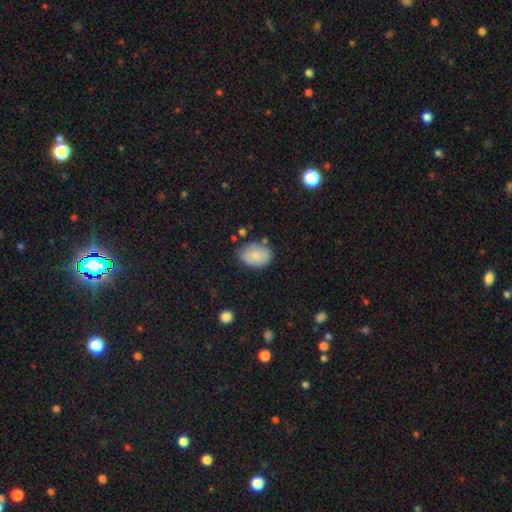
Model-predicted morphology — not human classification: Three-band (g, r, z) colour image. It shows a smooth galaxy with no disk features (80%) that is in between round and cigar-shaped (76%). Merging: none (71%).